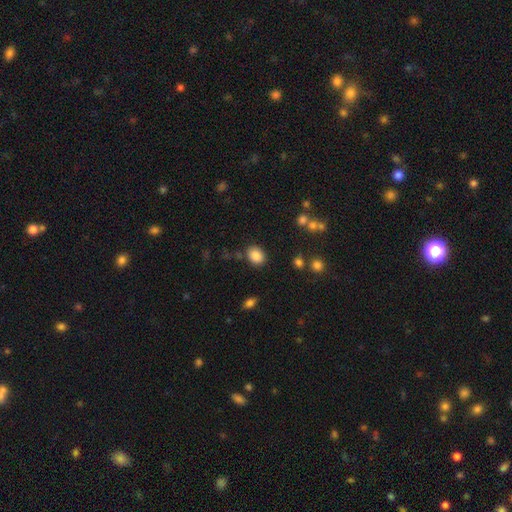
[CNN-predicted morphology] Smooth or featured?
  - smooth: 86% *
  - star or artifact: 9%
  - featured or disk: 5%
How rounded?
  - in between: 59% *
  - round: 40%
  - cigar-shaped: 1%
Merging?
  - none: 83% *
  - minor disturbance: 10%
  - merger: 3%
  - major disturbance: 3%